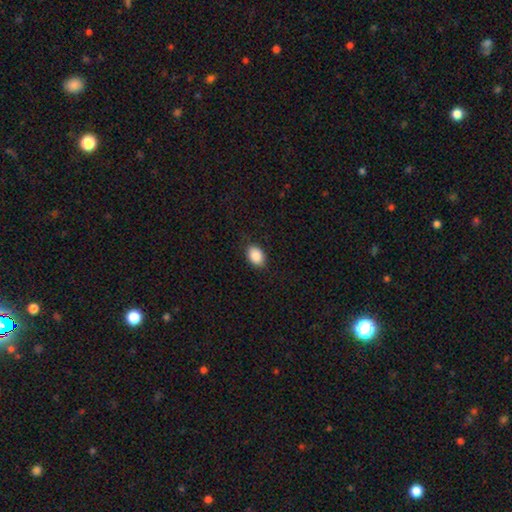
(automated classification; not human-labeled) A smooth galaxy with no disk features (89%) that is in between round and cigar-shaped (80%).

Vote fractions:
- Smooth or featured? smooth: 89% / star or artifact: 7% / featured or disk: 3%
- How rounded? in between: 80% / round: 19% / cigar-shaped: 1%
- Merging? none: 86% / minor disturbance: 10% / major disturbance: 3% / merger: 1%